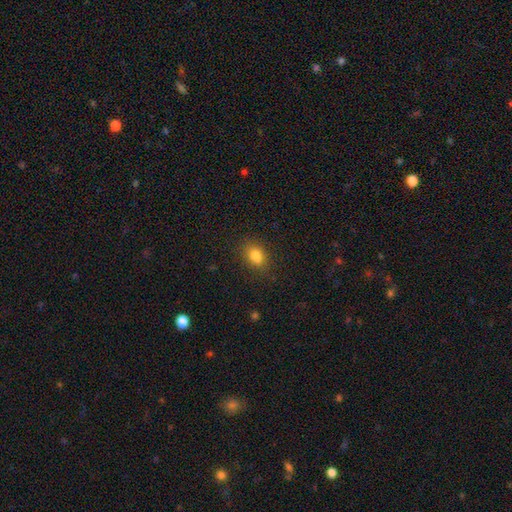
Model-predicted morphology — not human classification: Smooth or featured? Predicted: smooth (p=0.81). How rounded? Predicted: in between (p=0.75). Merging? Predicted: none (p=0.77).